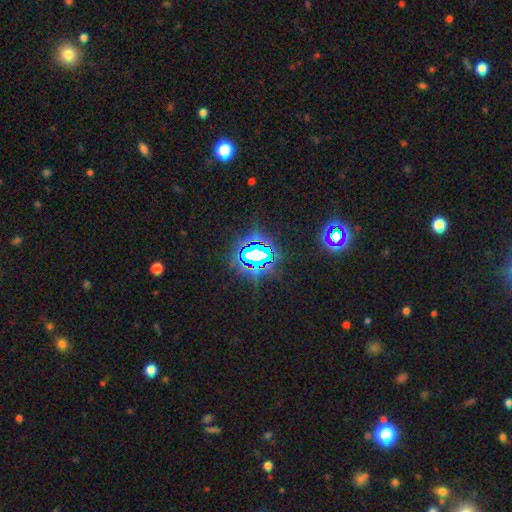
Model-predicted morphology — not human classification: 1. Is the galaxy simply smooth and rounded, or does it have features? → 75% star or artifact, 13% smooth, 11% featured or disk.